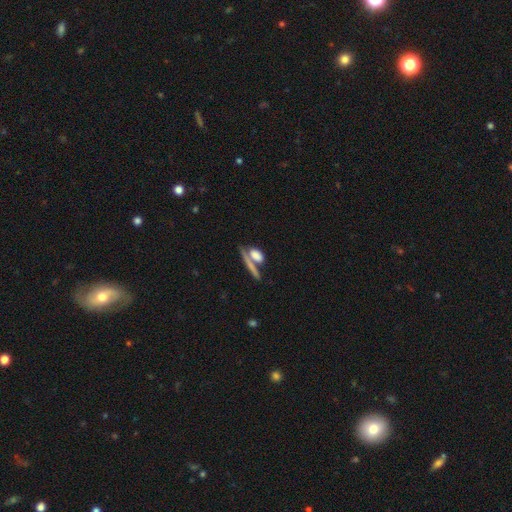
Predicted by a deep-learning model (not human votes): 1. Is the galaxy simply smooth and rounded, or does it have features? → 71% smooth, 19% featured or disk, 10% star or artifact.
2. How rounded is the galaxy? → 61% in between, 27% cigar-shaped, 12% round.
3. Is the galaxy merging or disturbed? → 46% merger, 38% none, 9% minor disturbance, 7% major disturbance.